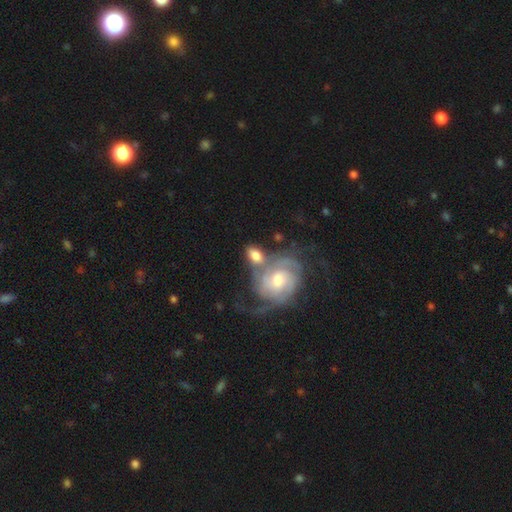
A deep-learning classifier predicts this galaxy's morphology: Smooth or featured? Predicted: featured or disk (p=0.48). Merging? Predicted: merger (p=0.41).